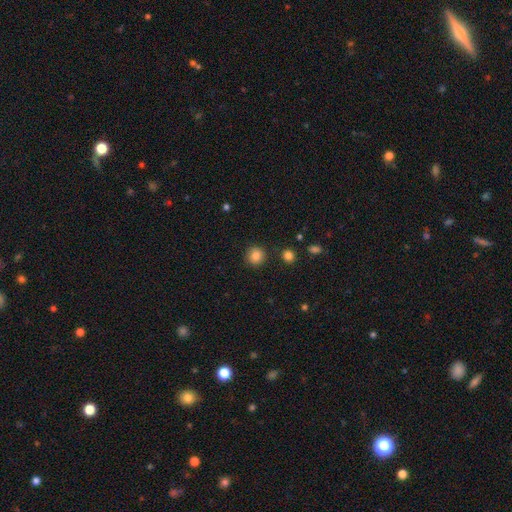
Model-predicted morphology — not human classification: The model was most divided on "smooth or featured": smooth: 86%, star or artifact: 10%, featured or disk: 4%. More confident: how rounded — round (92%); merging — none (89%).